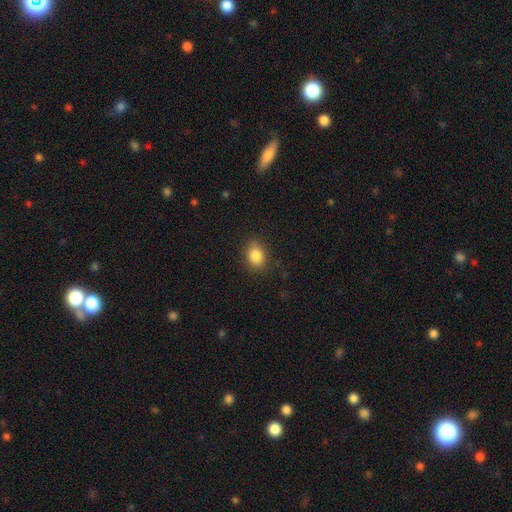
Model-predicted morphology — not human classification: This appears to be a smooth galaxy with no disk features (85%) that is in between round and cigar-shaped (65%). Merging: none (84%).